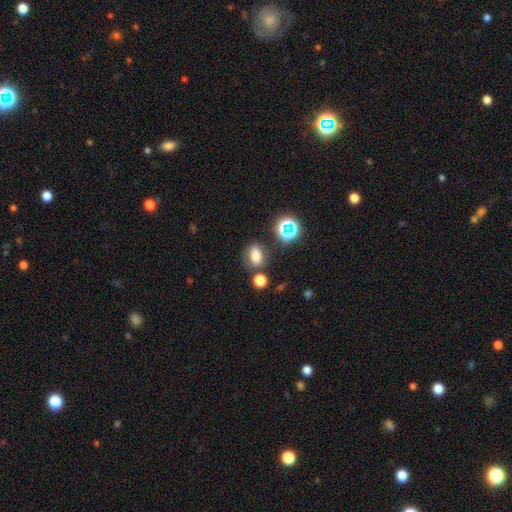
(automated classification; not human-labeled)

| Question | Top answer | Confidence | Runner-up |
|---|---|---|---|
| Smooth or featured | smooth | 69% | star or artifact (18%) |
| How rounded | in between | 65% | round (33%) |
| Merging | none | 69% | minor disturbance (16%) |